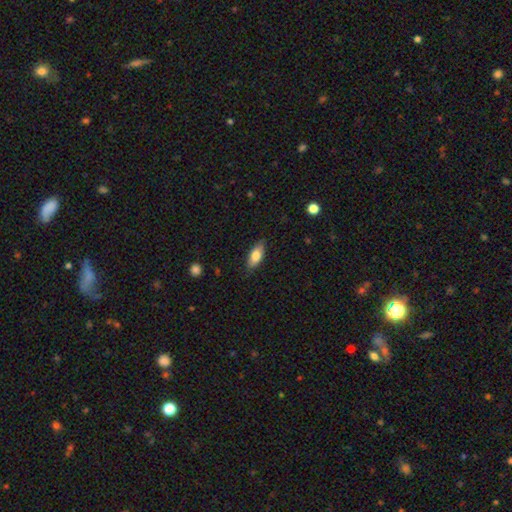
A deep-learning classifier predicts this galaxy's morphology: A smooth galaxy with no disk features (78%) that is in between round and cigar-shaped (82%). Merging: none (81%).